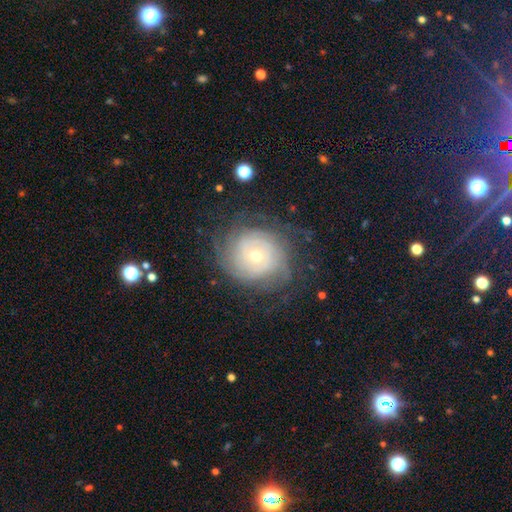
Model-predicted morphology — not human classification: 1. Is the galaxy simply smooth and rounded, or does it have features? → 74% featured or disk, 17% smooth, 8% star or artifact.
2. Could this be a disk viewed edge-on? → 97% no, 3% yes.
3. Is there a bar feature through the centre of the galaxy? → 81% no, 15% weak, 4% strong.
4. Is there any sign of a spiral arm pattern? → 89% yes, 11% no.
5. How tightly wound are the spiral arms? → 76% tight, 18% medium, 6% loose.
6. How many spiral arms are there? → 48% can't tell, 16% 2, 12% 3, 11% 4, 9% more than 4, 5% 1.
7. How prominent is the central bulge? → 56% small, 40% moderate, 2% large, 1% dominant, 1% none.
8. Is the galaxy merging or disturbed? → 70% none, 18% minor disturbance, 11% major disturbance, 1% merger.